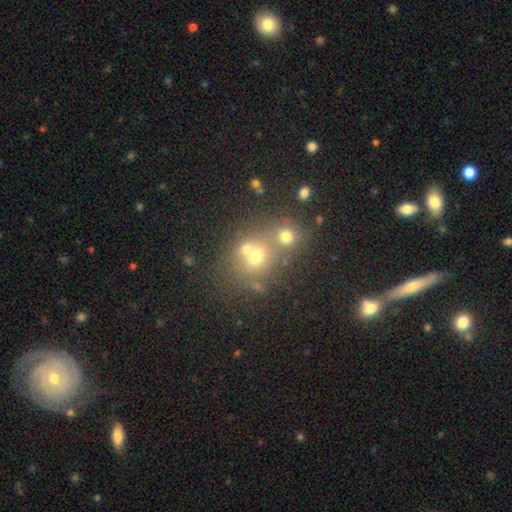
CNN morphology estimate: A smooth galaxy with no disk features (57%) that is round (75%). Merging: merger (44%).